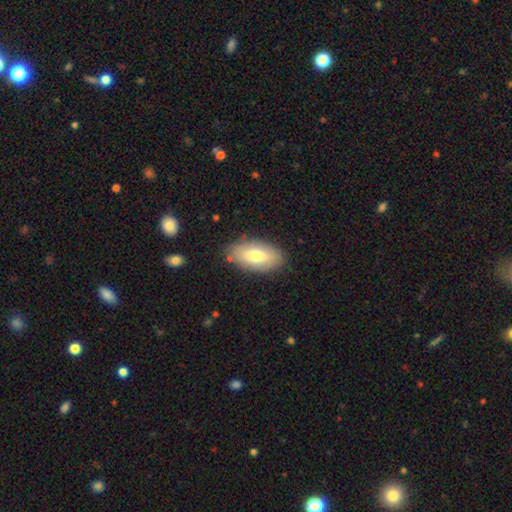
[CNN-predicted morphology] A smooth galaxy with no disk features (71%) that is in between round and cigar-shaped (92%). Merging: none (83%).